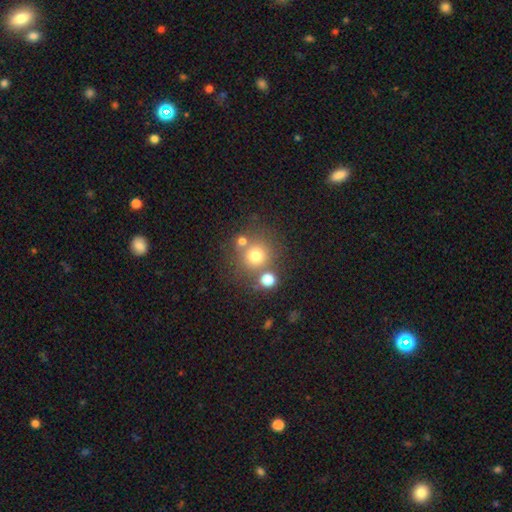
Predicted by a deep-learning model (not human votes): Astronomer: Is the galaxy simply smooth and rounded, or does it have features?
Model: smooth — 72%.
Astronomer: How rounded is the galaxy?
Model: round — 91%.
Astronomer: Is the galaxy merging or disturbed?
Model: none — 65%.